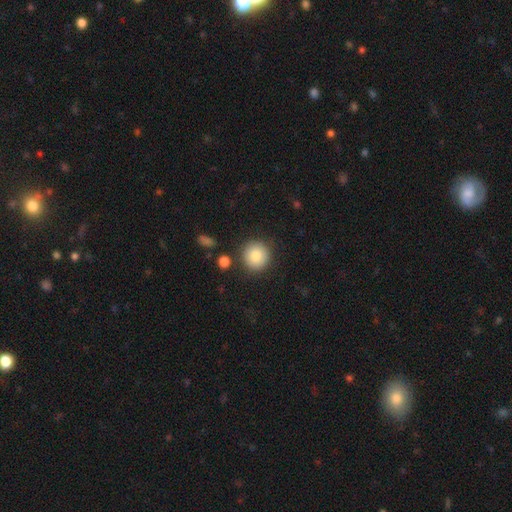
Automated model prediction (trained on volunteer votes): Overall: smooth (83%). How rounded: round (93%). Merging: none (87%).